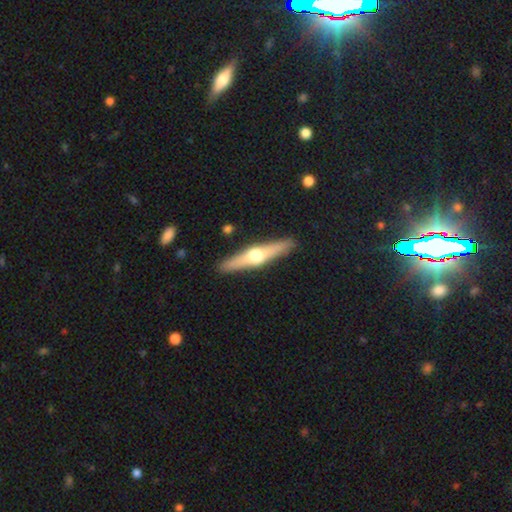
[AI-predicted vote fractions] featured or disk 65%, smooth 30%, star or artifact 5%. Down the decision tree: edge-on disk — yes (96%); edge-on bulge — rounded (95%); merging — none (90%).